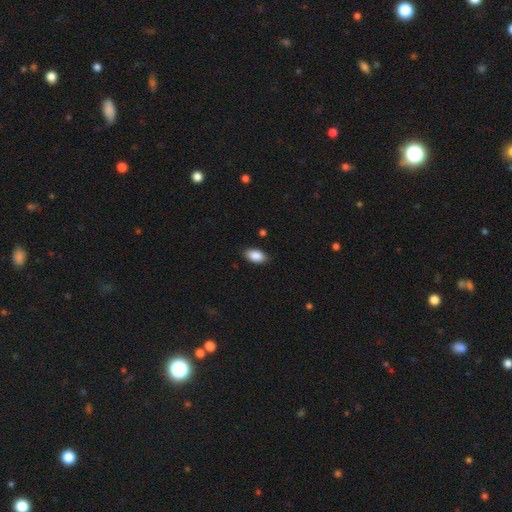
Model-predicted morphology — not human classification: This is clearly a smooth galaxy (89%). How rounded: clearly in between (93%). Merging: clearly none (87%).